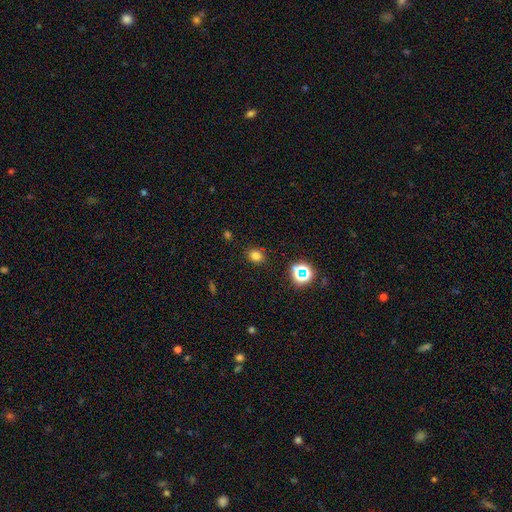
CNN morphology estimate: This is likely a smooth galaxy (75%). How rounded: likely round (64%). Merging: clearly none (87%).